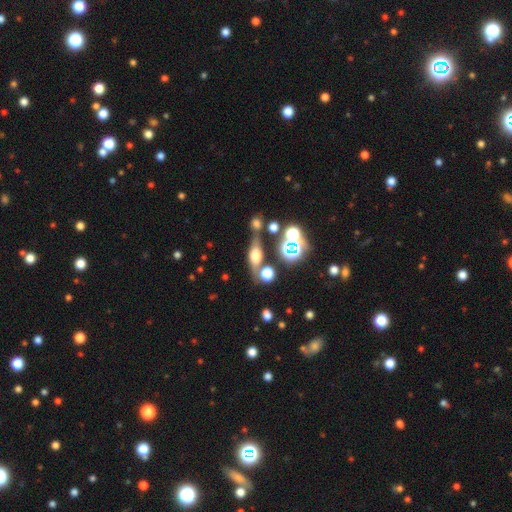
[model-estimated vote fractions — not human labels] A featured or disk galaxy (40%).

Vote fractions:
- Smooth or featured? featured or disk: 40% / smooth: 39% / star or artifact: 21%
- Merging? none: 63% / merger: 16% / minor disturbance: 15% / major disturbance: 7%